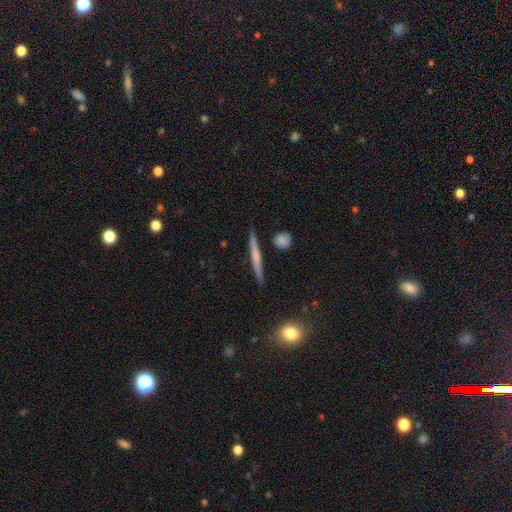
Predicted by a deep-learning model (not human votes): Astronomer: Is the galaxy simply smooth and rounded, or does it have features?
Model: featured or disk — 47%, tied with smooth at 47%.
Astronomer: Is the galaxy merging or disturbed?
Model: none — 87%.